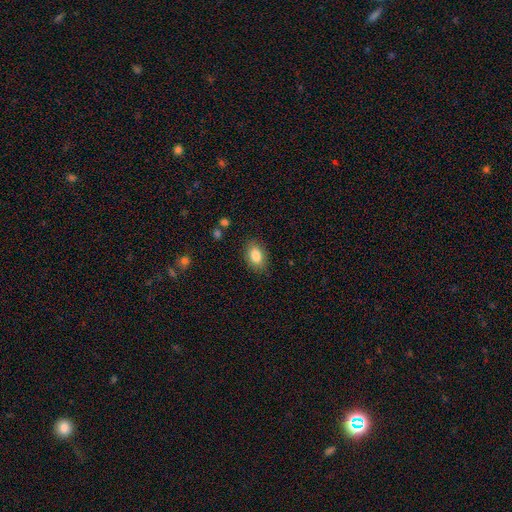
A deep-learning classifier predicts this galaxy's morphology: This appears to be a smooth galaxy with no disk features (85%) that is in between round and cigar-shaped (88%). Merging: none (85%).